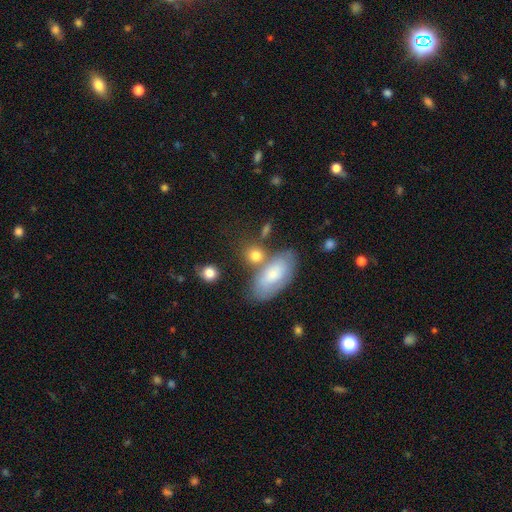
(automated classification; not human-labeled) A smooth galaxy with no disk features (77%) that is round (52%). Merging: none (55%).